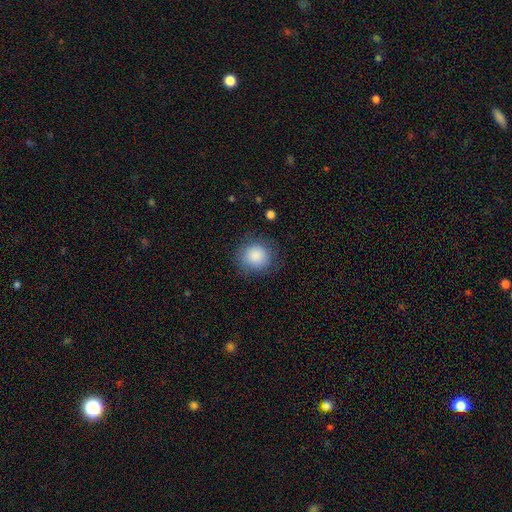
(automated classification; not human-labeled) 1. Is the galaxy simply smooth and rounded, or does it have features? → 87% smooth, 8% star or artifact, 5% featured or disk.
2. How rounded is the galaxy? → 88% round, 11% in between, 1% cigar-shaped.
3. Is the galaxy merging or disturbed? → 82% none, 12% minor disturbance, 5% major disturbance, 1% merger.